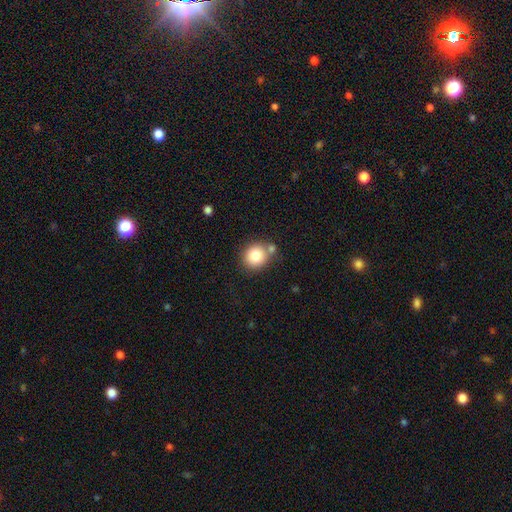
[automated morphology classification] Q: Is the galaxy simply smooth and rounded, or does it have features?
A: smooth — 80%.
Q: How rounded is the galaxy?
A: round — 85%.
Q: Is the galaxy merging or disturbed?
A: none — 69%.